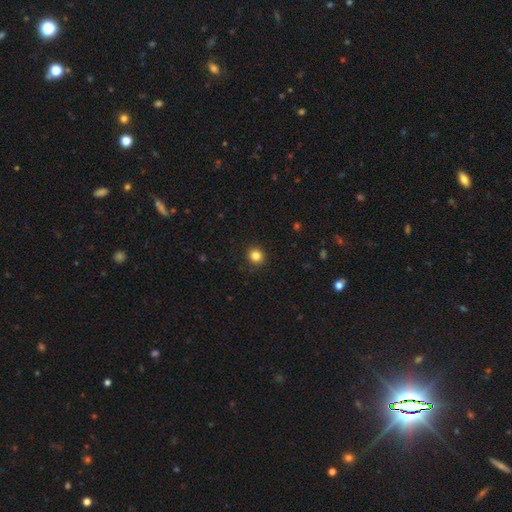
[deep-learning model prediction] Overall: smooth (85%). How rounded: round (87%). Merging: none (91%).